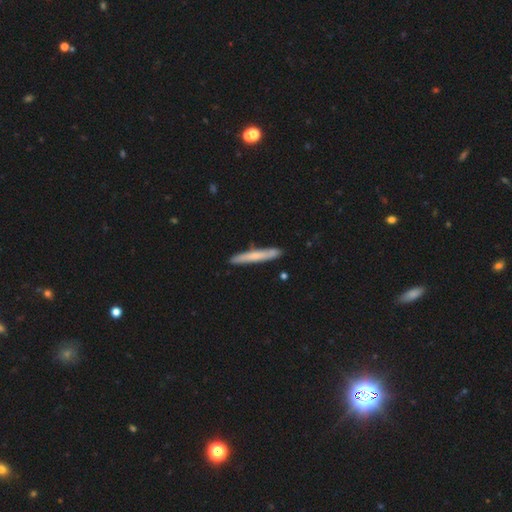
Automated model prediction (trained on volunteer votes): smooth_or_featured: smooth (p=0.63) [alt: featured or disk p=0.32]
how_rounded: cigar-shaped (p=0.96) [alt: in between p=0.03]
merging: none (p=0.87) [alt: minor disturbance p=0.10]